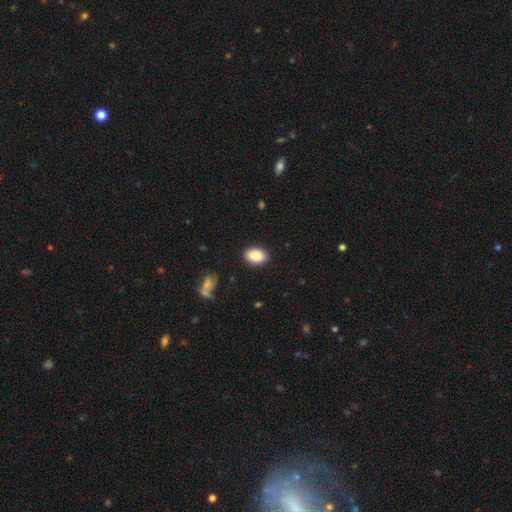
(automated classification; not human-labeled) Overall: smooth (88%). How rounded: in between (84%). Merging: none (88%).